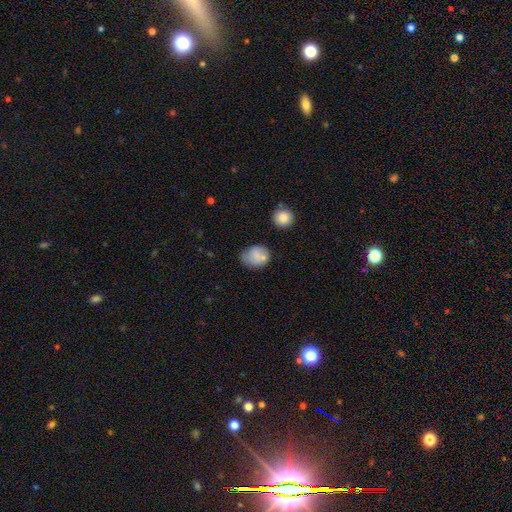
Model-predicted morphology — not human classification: Q: Smooth or featured?
A: smooth (80%); runner-up: featured or disk (10%)
Q: How rounded?
A: in between (50%); runner-up: round (49%)
Q: Merging?
A: none (59%); runner-up: minor disturbance (25%)